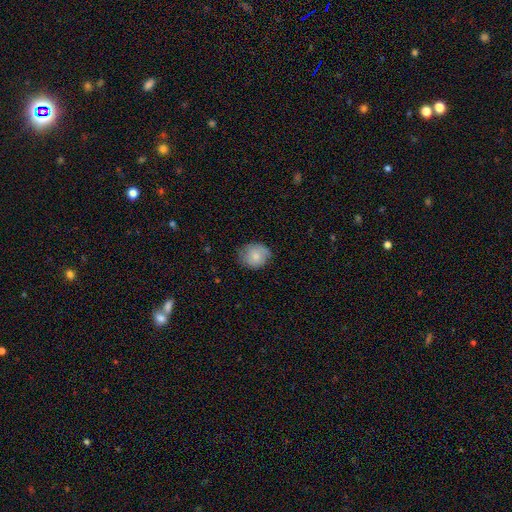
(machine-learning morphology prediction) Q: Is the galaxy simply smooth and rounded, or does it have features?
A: smooth — 71%.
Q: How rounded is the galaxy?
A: round — 62%.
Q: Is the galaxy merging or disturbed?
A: none — 68%.